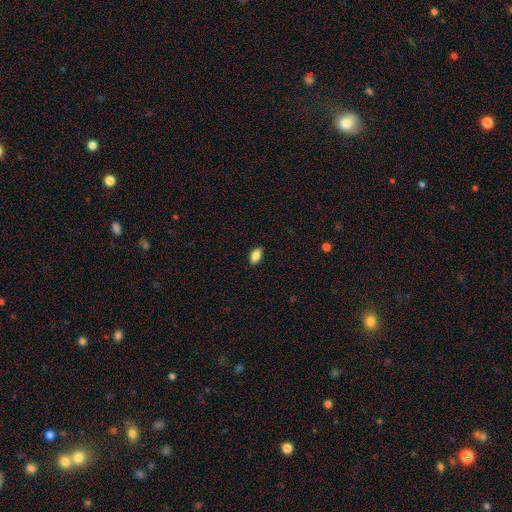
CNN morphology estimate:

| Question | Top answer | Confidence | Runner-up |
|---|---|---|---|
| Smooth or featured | smooth | 86% | star or artifact (8%) |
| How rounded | in between | 90% | round (7%) |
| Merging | none | 87% | minor disturbance (10%) |